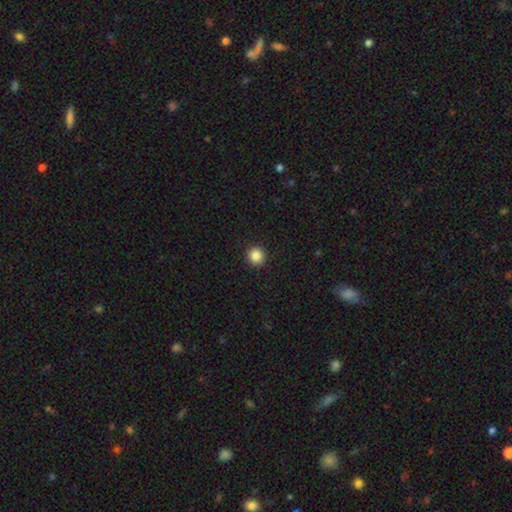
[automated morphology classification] Smooth or featured? smooth (86%)
How rounded? round (94%)
Merging? none (93%)